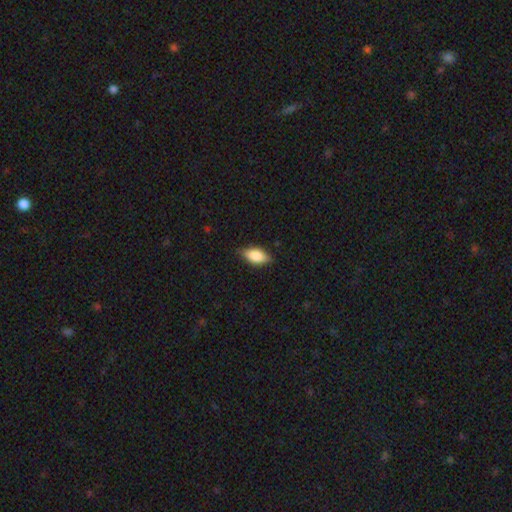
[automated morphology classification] Q: Smooth or featured?
A: smooth (72%); runner-up: featured or disk (20%)
Q: How rounded?
A: in between (85%); runner-up: cigar-shaped (11%)
Q: Merging?
A: none (80%); runner-up: minor disturbance (16%)